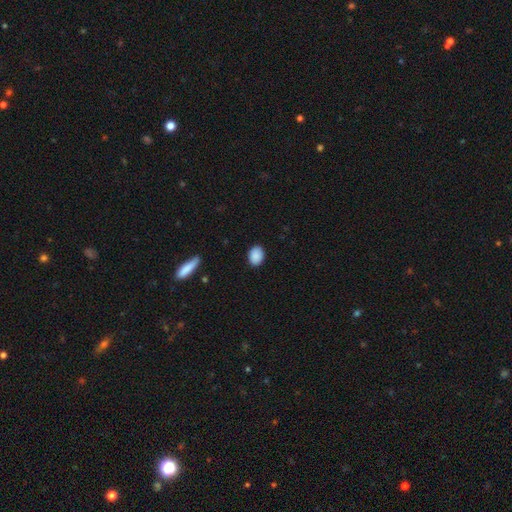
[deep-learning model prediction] A smooth galaxy with no disk features (89%) that is in between round and cigar-shaped (73%).

Vote fractions:
- Smooth or featured? smooth: 89% / star or artifact: 7% / featured or disk: 3%
- How rounded? in between: 73% / round: 25% / cigar-shaped: 2%
- Merging? none: 88% / minor disturbance: 9% / major disturbance: 2% / merger: 1%